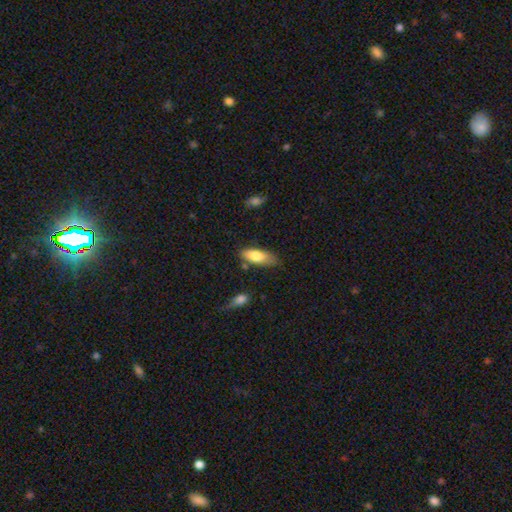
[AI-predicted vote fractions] smooth_or_featured: smooth (p=0.76) [alt: featured or disk p=0.17]
how_rounded: in between (p=0.74) [alt: cigar-shaped p=0.24]
merging: none (p=0.60) [alt: minor disturbance p=0.27]